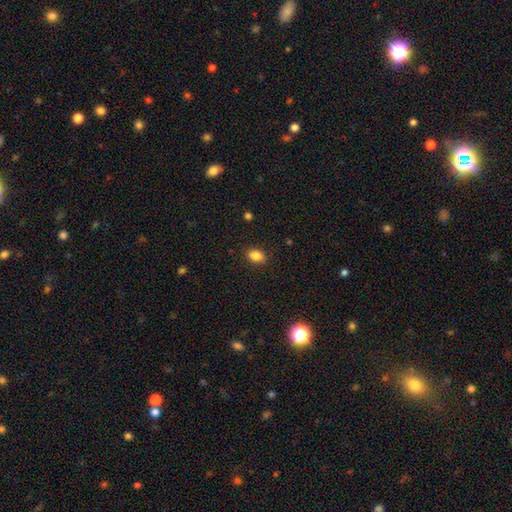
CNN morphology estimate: This appears to be a smooth galaxy with no disk features (86%) that is in between round and cigar-shaped (74%). Merging: none (88%).